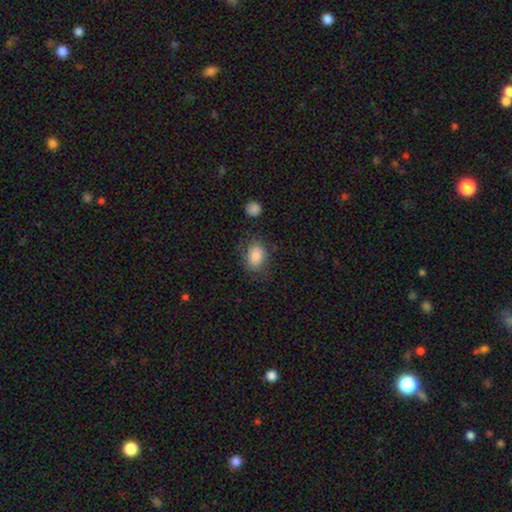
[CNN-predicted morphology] Smooth or featured? smooth (83%)
How rounded? in between (76%)
Merging? none (72%)